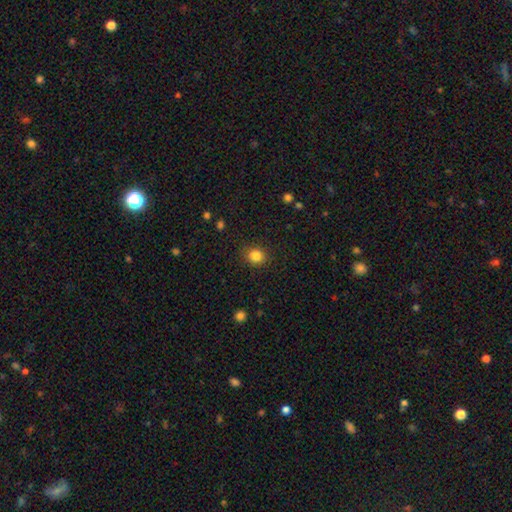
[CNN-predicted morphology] This appears to be a smooth galaxy with no disk features (84%) that is round (77%). Merging: none (88%).